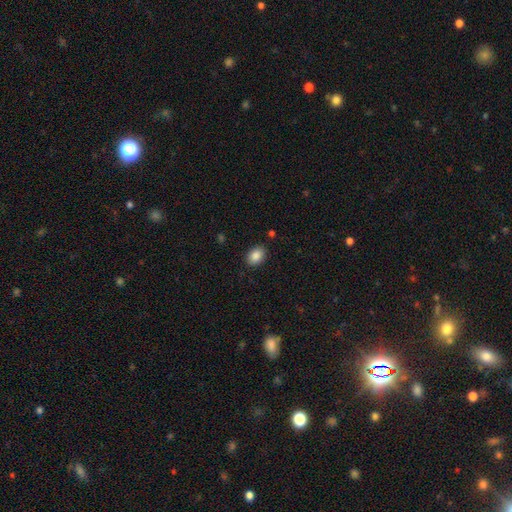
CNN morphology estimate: Smooth or featured: smooth — 87% (star or artifact — 8%)
How rounded: in between — 74% (round — 25%)
Merging: none — 87% (minor disturbance — 9%)